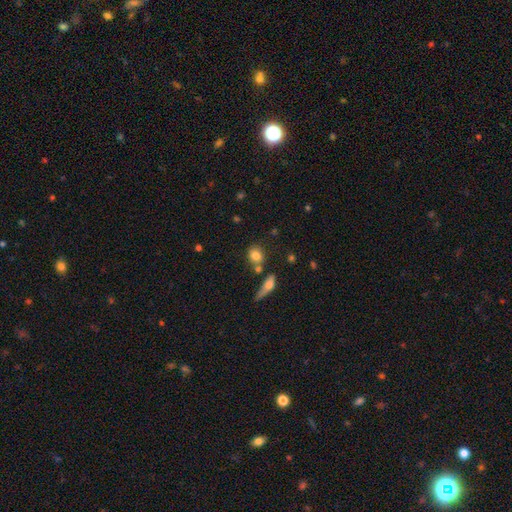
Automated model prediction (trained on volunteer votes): Smooth or featured: smooth — 79% (featured or disk — 11%)
How rounded: round — 53% (in between — 43%)
Merging: none — 62% (merger — 17%)